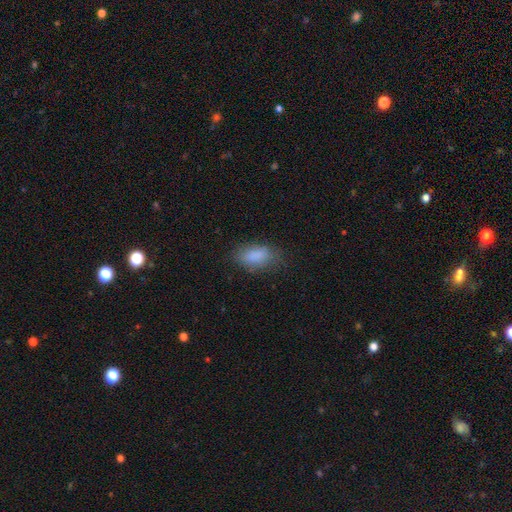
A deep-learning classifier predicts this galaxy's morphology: type=smooth (85%); roundness=in between (91%); merging=none (70%).